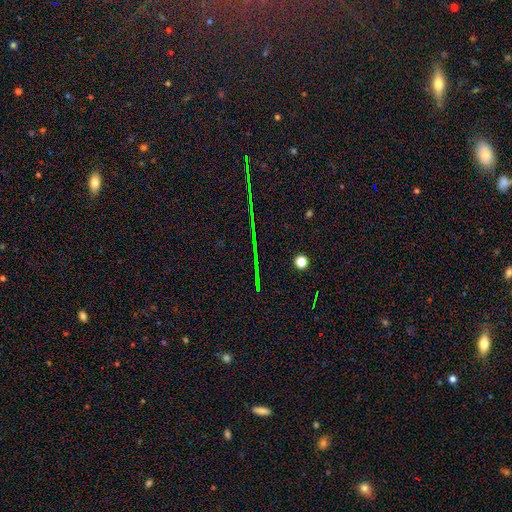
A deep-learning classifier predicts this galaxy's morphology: Q: Smooth or featured?
A: star or artifact (81%); runner-up: featured or disk (10%)